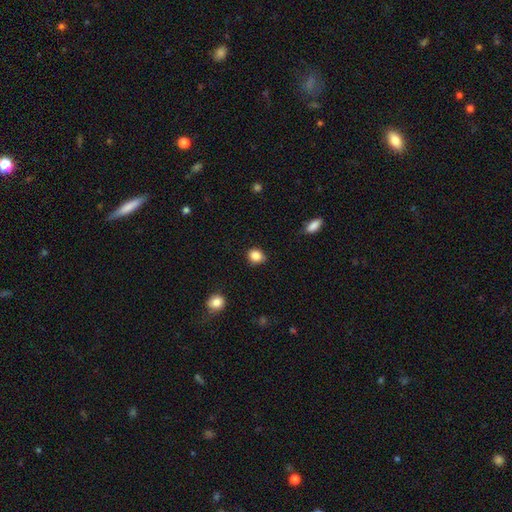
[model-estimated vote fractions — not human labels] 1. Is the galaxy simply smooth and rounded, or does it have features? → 86% smooth, 10% star or artifact, 4% featured or disk.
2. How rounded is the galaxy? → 64% round, 35% in between, 1% cigar-shaped.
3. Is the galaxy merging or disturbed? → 81% none, 15% minor disturbance, 3% major disturbance, 1% merger.